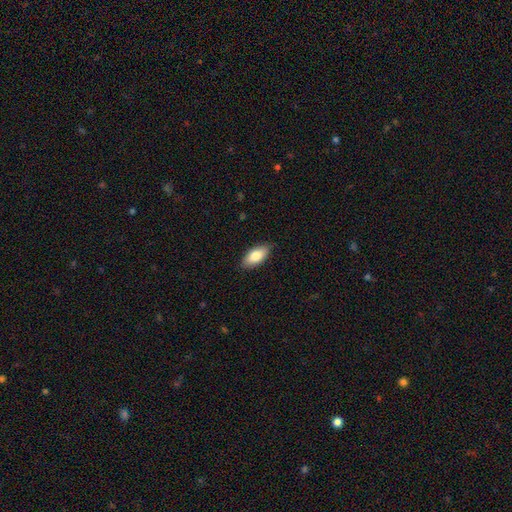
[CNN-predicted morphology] Smooth or featured: smooth — 82% (featured or disk — 12%)
How rounded: in between — 90% (cigar-shaped — 8%)
Merging: none — 87% (minor disturbance — 10%)